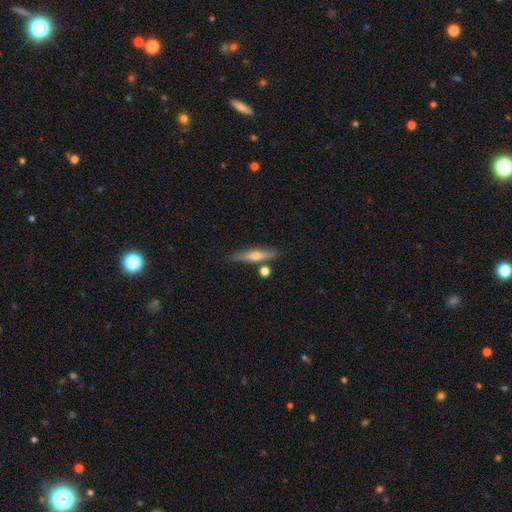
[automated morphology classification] Smooth or featured? featured or disk (51%)
Edge-on disk? yes (93%)
Merging? none (80%)